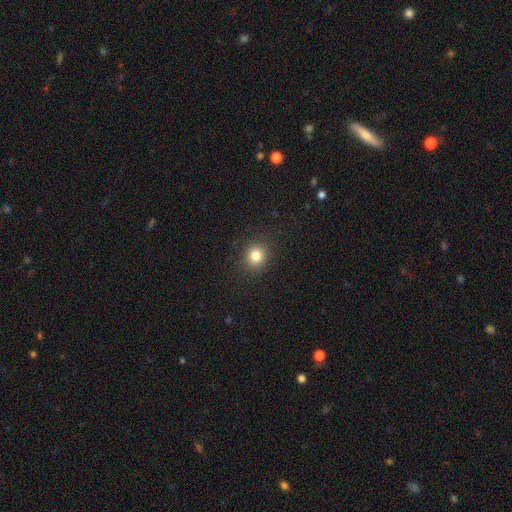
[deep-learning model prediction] Smooth or featured: smooth — 82% (star or artifact — 12%)
How rounded: round — 84% (in between — 15%)
Merging: none — 90% (minor disturbance — 7%)